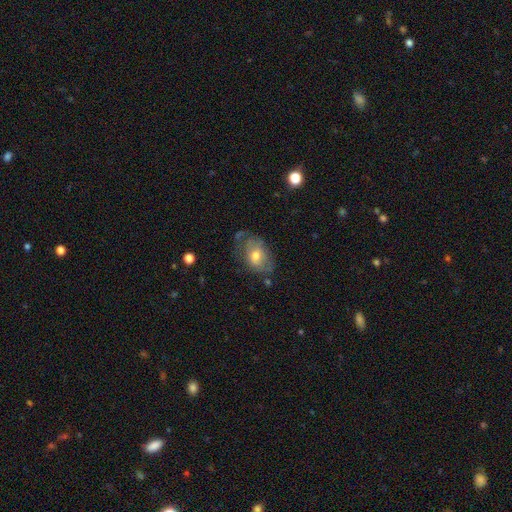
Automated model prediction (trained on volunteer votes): Overall: smooth (52%; featured or disk 39%). How rounded: in between (82%). Merging: none (46%; minor disturbance 30%).